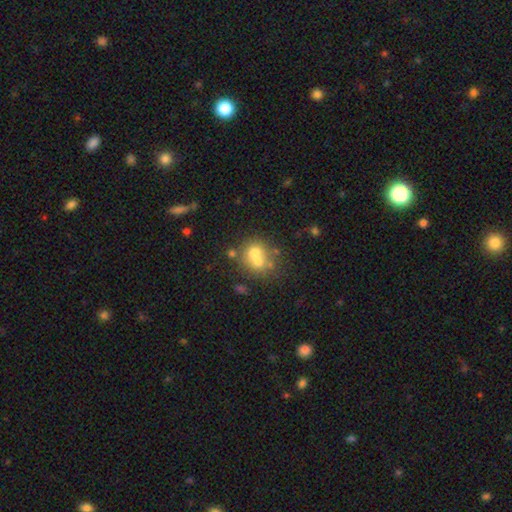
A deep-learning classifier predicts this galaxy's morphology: A smooth galaxy with no disk features (62%) that is round (78%). Merging: merger (53%).